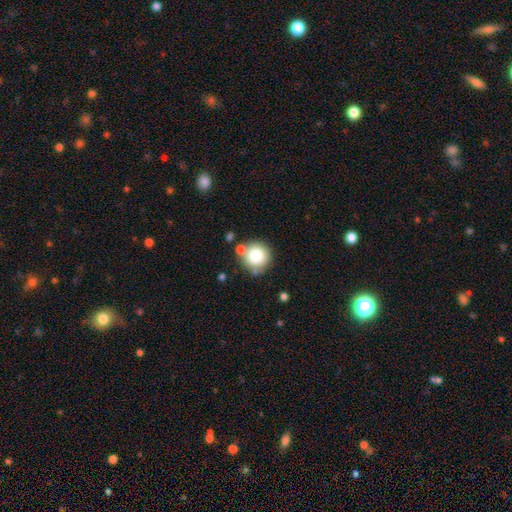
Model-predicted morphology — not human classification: type=smooth (80%); roundness=round (93%); merging=none (73%).